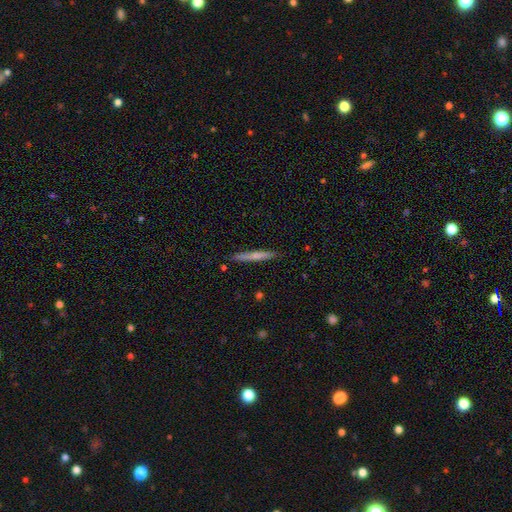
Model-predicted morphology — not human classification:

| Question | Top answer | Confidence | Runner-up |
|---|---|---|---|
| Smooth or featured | smooth | 59% | featured or disk (35%) |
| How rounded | cigar-shaped | 96% | in between (3%) |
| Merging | none | 89% | minor disturbance (8%) |